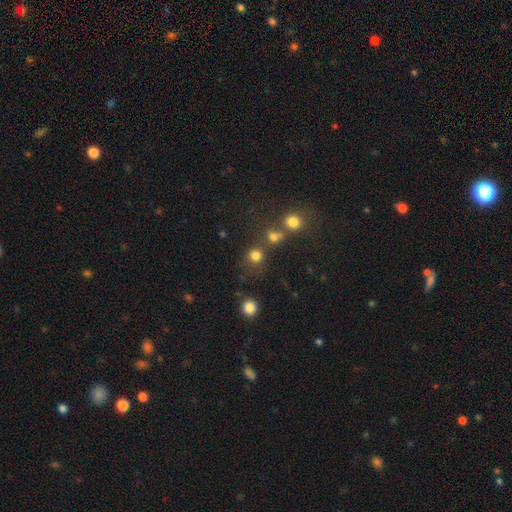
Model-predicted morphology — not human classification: type=smooth (79%); roundness=round (89%); merging=none (70%).